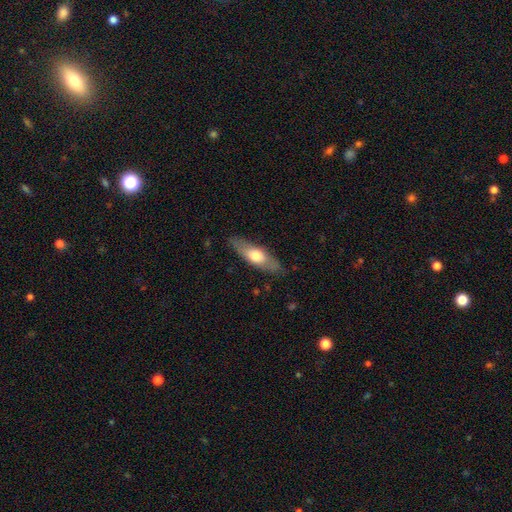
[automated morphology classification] type=smooth (57%); roundness=cigar-shaped (49%, tied with in between); merging=none (82%).